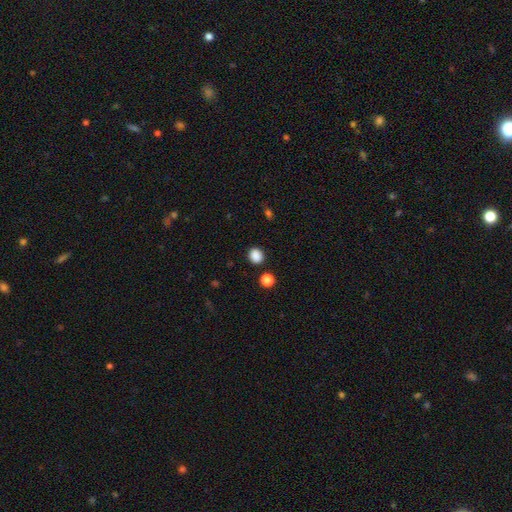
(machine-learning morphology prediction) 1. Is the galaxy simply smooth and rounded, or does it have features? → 86% smooth, 11% star or artifact, 3% featured or disk.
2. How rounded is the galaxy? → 69% round, 30% in between, 1% cigar-shaped.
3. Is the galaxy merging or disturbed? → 86% none, 8% minor disturbance, 3% merger, 3% major disturbance.